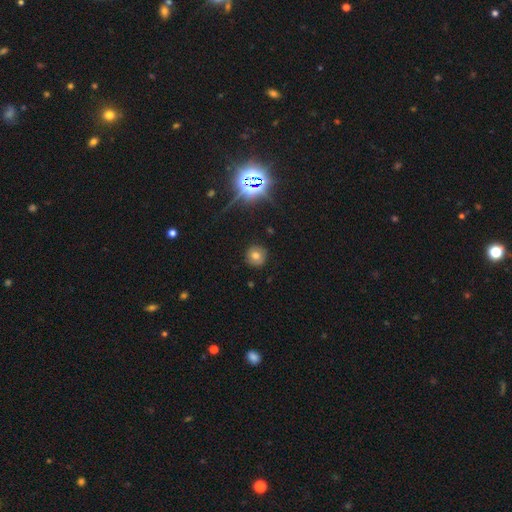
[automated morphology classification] Q: Smooth or featured?
A: smooth (64%); runner-up: star or artifact (20%)
Q: How rounded?
A: round (90%); runner-up: in between (9%)
Q: Merging?
A: none (87%); runner-up: minor disturbance (9%)